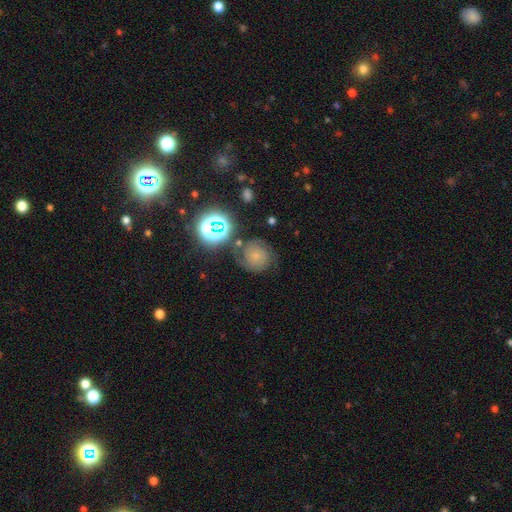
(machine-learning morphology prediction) Smooth or featured?
  - featured or disk: 42% *
  - smooth: 36%
  - star or artifact: 21%
Merging?
  - none: 67% *
  - minor disturbance: 18%
  - major disturbance: 8%
  - merger: 7%